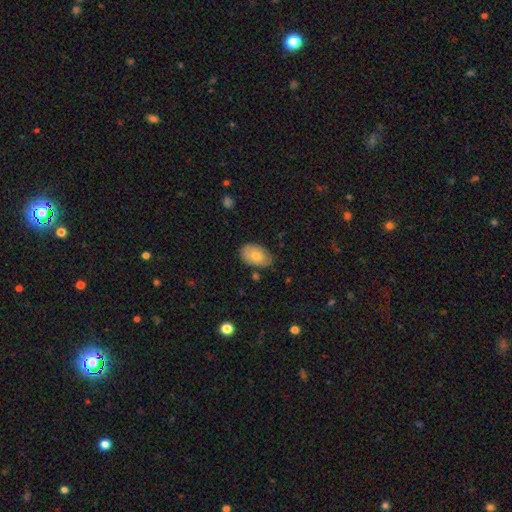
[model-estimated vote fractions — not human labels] Smooth or featured?
  - smooth: 72% *
  - featured or disk: 20%
  - star or artifact: 8%
How rounded?
  - in between: 88% *
  - round: 11%
  - cigar-shaped: 1%
Merging?
  - none: 74% *
  - minor disturbance: 21%
  - major disturbance: 3%
  - merger: 2%